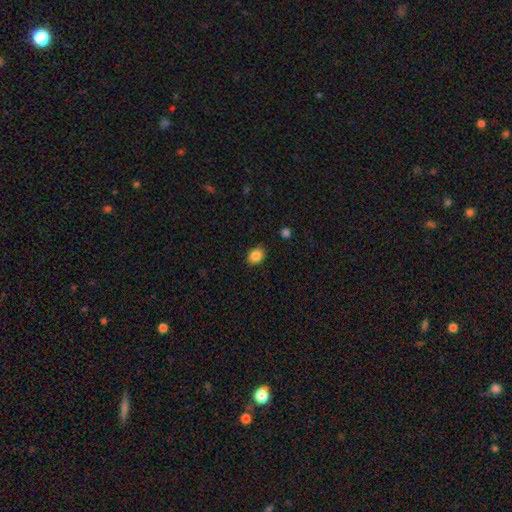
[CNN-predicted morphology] smooth 86%, star or artifact 9%, featured or disk 5%. Down the decision tree: how rounded — in between (58%); merging — none (82%).